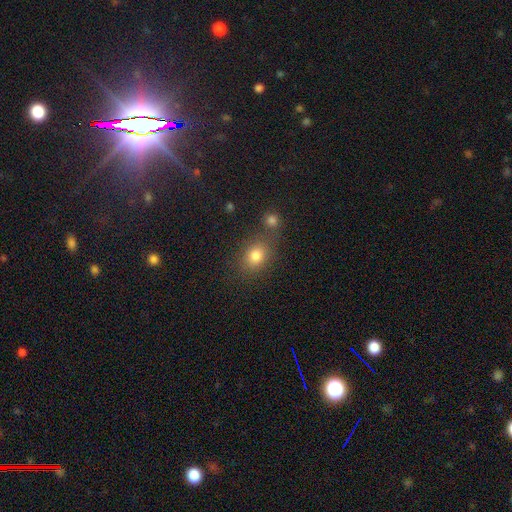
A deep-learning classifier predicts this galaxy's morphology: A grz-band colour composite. It shows a smooth galaxy with no disk features (80%) that is round (51%). Merging: none (64%).